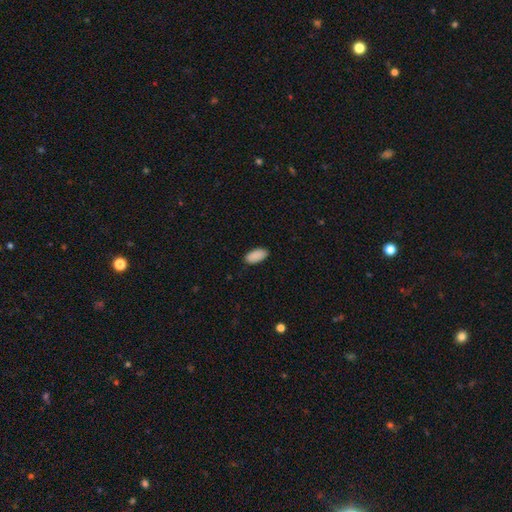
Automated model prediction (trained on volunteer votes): A smooth galaxy with no disk features (91%) that is in between round and cigar-shaped (93%).

Vote fractions:
- Smooth or featured? smooth: 91% / star or artifact: 7% / featured or disk: 3%
- How rounded? in between: 93% / cigar-shaped: 5% / round: 2%
- Merging? none: 88% / minor disturbance: 9% / major disturbance: 2% / merger: 1%